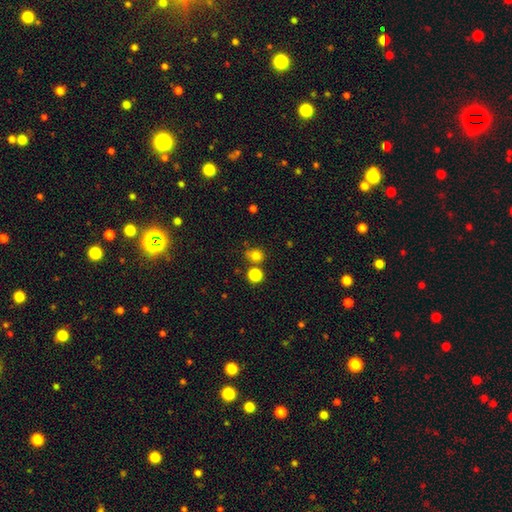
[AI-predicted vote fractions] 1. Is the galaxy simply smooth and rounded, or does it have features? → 79% smooth, 15% star or artifact, 6% featured or disk.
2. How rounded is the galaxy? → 82% round, 17% in between, 1% cigar-shaped.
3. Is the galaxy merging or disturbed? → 68% none, 18% merger, 11% minor disturbance, 4% major disturbance.